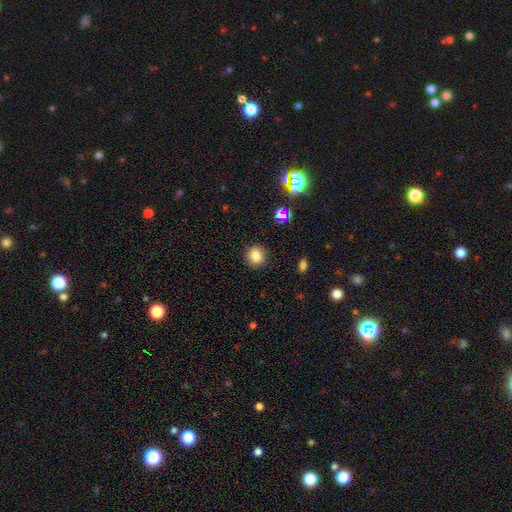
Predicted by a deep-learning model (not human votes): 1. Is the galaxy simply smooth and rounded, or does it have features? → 82% smooth, 12% star or artifact, 5% featured or disk.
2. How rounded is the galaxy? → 87% round, 12% in between, 1% cigar-shaped.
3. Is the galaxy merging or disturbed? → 90% none, 6% minor disturbance, 2% major disturbance, 1% merger.